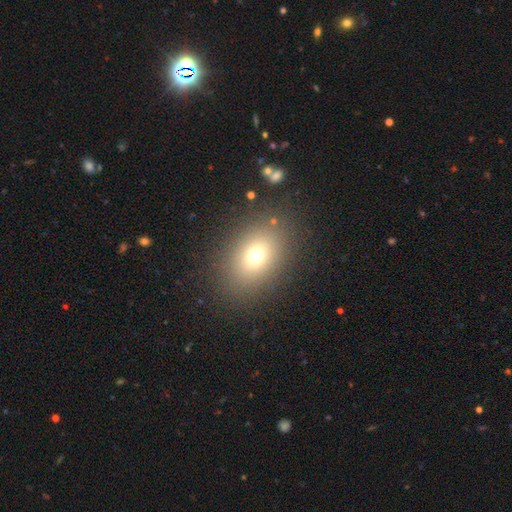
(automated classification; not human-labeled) Smooth or featured: smooth — 71% (star or artifact — 16%)
How rounded: in between — 70% (round — 29%)
Merging: none — 85% (minor disturbance — 9%)